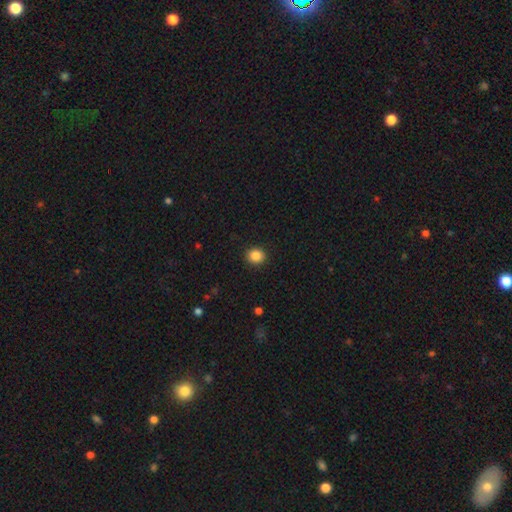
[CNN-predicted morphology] This appears to be a smooth galaxy with no disk features (86%) that is round (85%). Merging: none (92%).